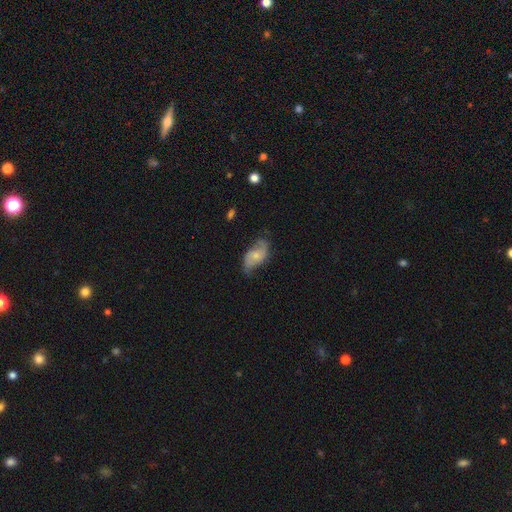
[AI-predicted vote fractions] Smooth or featured?
  - featured or disk: 65% *
  - smooth: 28%
  - star or artifact: 7%
Edge-on disk?
  - no: 96% *
  - yes: 4%
Bar?
  - no: 67% *
  - weak: 28%
  - strong: 5%
Spiral arms?
  - yes: 89% *
  - no: 11%
Spiral winding?
  - loose: 50% *
  - medium: 35%
  - tight: 14%
Spiral arm count?
  - 2: 85% *
  - can't tell: 8%
  - 1: 4%
  - 3: 1%
  - 4: 1%
  - more than 4: 1%
Bulge size?
  - small: 56% *
  - moderate: 35%
  - none: 6%
  - large: 2%
  - dominant: 1%
Merging?
  - none: 58% *
  - minor disturbance: 28%
  - major disturbance: 12%
  - merger: 2%